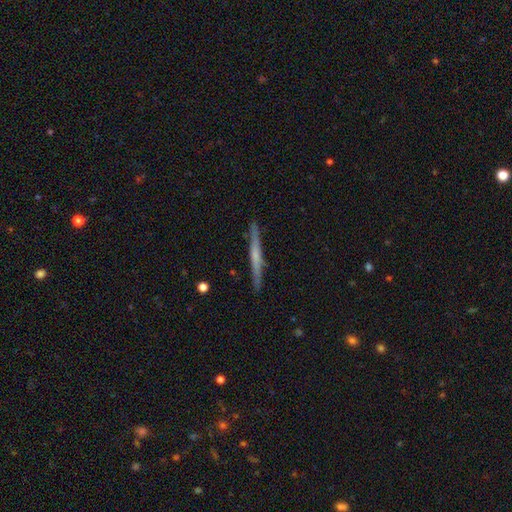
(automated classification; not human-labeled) Smooth or featured?
  - featured or disk: 60% *
  - smooth: 35%
  - star or artifact: 6%
Edge-on disk?
  - yes: 97% *
  - no: 3%
Edge-on bulge?
  - none: 59% *
  - rounded: 29%
  - boxy: 12%
Merging?
  - none: 90% *
  - minor disturbance: 7%
  - major disturbance: 1%
  - merger: 1%